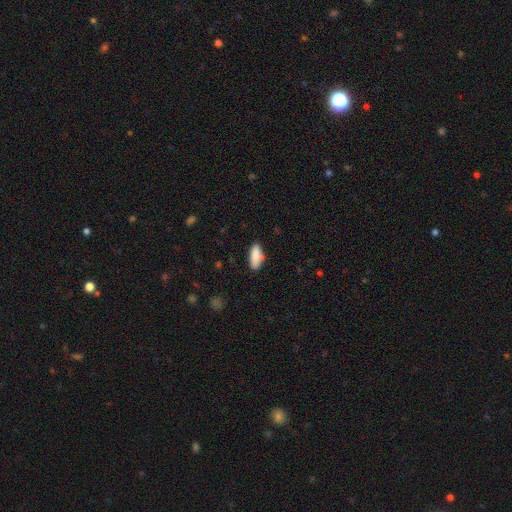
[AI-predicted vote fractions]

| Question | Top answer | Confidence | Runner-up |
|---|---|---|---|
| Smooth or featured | smooth | 86% | featured or disk (8%) |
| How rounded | in between | 71% | cigar-shaped (27%) |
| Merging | none | 73% | minor disturbance (17%) |